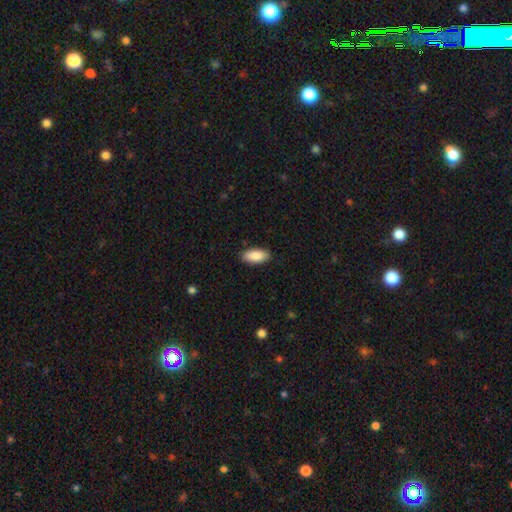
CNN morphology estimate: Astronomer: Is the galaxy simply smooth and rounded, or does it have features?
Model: smooth — 89%.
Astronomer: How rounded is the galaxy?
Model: in between — 88%.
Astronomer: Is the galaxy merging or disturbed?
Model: none — 88%.